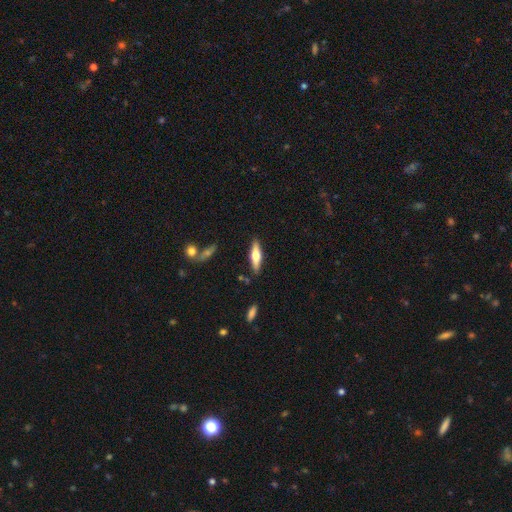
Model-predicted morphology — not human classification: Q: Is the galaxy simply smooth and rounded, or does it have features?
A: featured or disk — 49%.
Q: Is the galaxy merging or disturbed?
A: none — 86%.